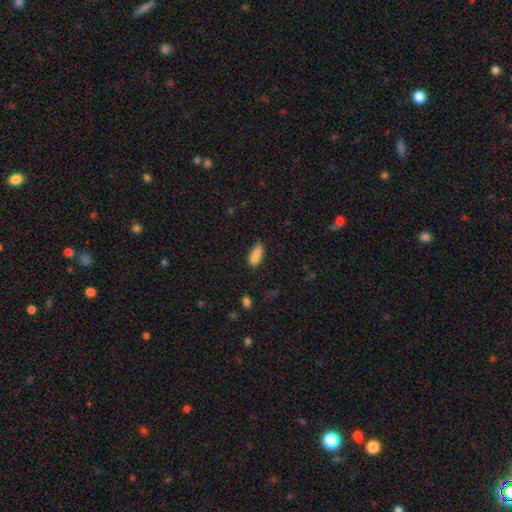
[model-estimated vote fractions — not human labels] smooth-or-featured: smooth: 82% | star or artifact: 9% | featured or disk: 9%
  how-rounded: in between: 80% | cigar-shaped: 16% | round: 4%
  merging: none: 48% | minor disturbance: 26% | merger: 18% | major disturbance: 8%